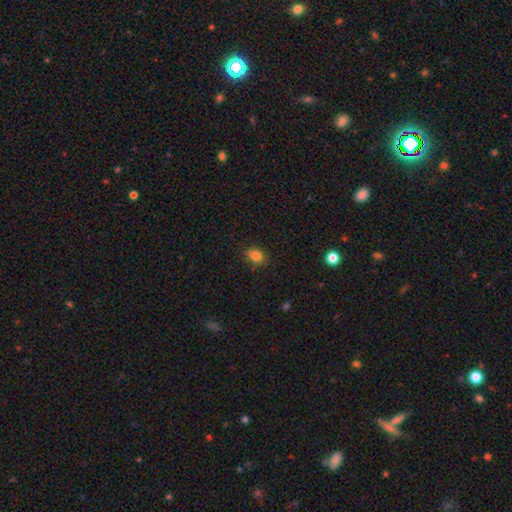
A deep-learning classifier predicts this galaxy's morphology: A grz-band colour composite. It shows a smooth galaxy with no disk features (83%) that is in between round and cigar-shaped (70%). Merging: none (83%).